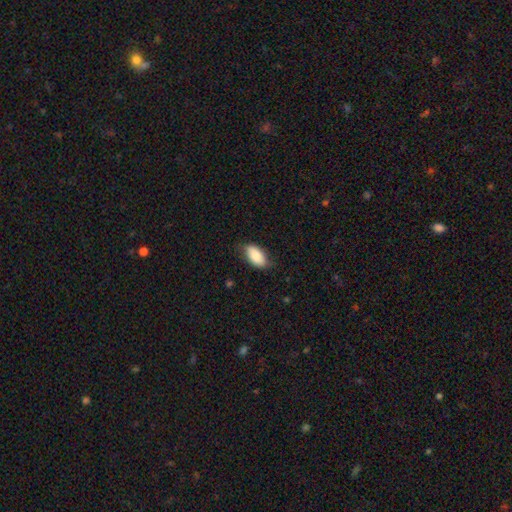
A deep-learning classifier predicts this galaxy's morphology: A smooth galaxy with no disk features (81%) that is in between round and cigar-shaped (93%).

Vote fractions:
- Smooth or featured? smooth: 81% / featured or disk: 13% / star or artifact: 6%
- How rounded? in between: 93% / cigar-shaped: 4% / round: 3%
- Merging? none: 75% / minor disturbance: 20% / major disturbance: 4% / merger: 1%